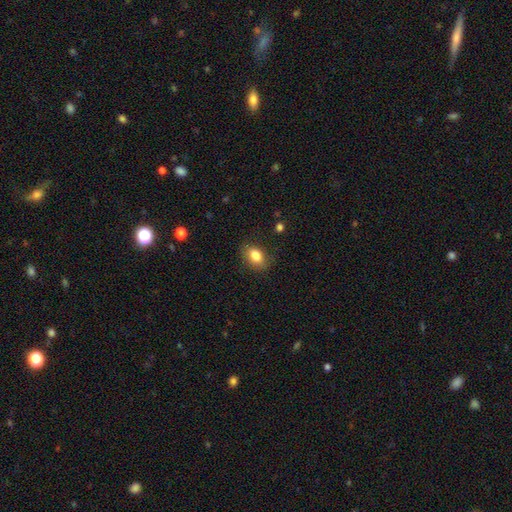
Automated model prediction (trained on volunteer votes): The model was most divided on "how rounded": in between: 73%, round: 25%, cigar-shaped: 1%. More confident: smooth or featured — smooth (83%); merging — none (82%).